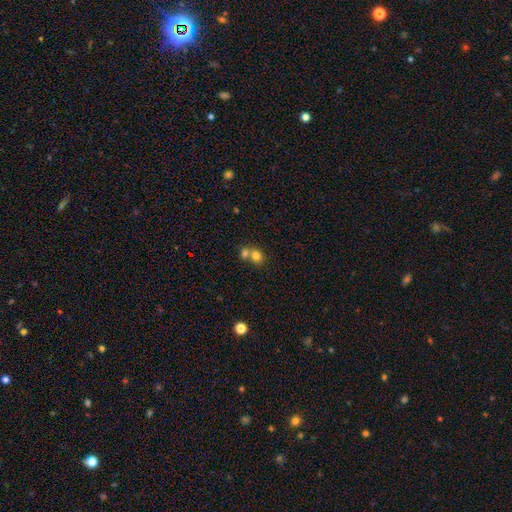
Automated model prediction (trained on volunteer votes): Smooth or featured: smooth — 78% (star or artifact — 11%)
How rounded: round — 71% (in between — 28%)
Merging: merger — 55% (none — 37%)